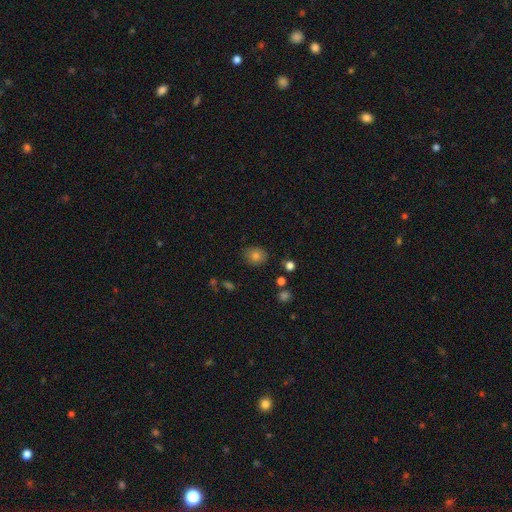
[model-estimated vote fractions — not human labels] The model was most divided on "how rounded": round: 66%, in between: 33%, cigar-shaped: 1%. More confident: merging — none (83%); smooth or featured — smooth (79%).